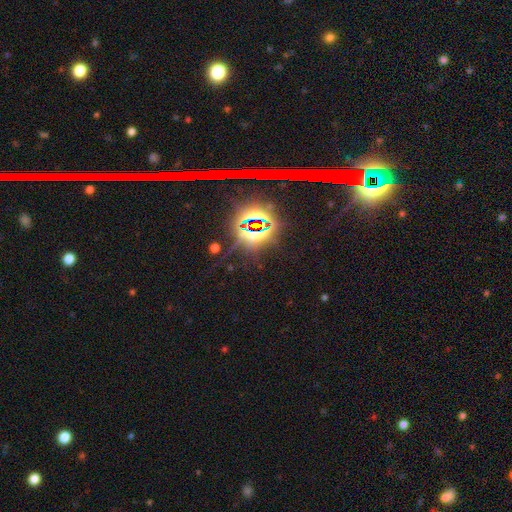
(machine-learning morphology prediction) star or artifact 81%, smooth 10%, featured or disk 9%.